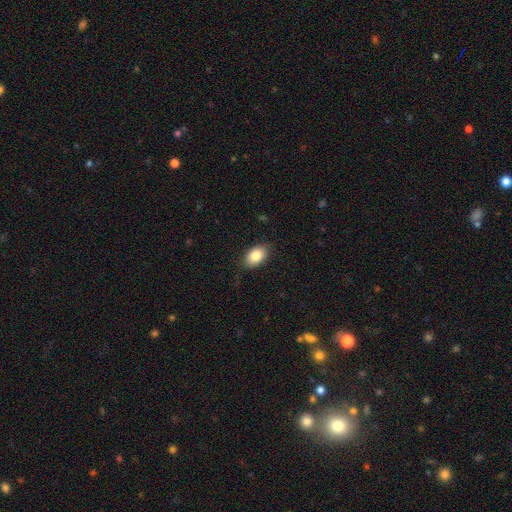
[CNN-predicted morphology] Smooth or featured? Predicted: smooth (p=0.85). How rounded? Predicted: in between (p=0.88). Merging? Predicted: none (p=0.84).